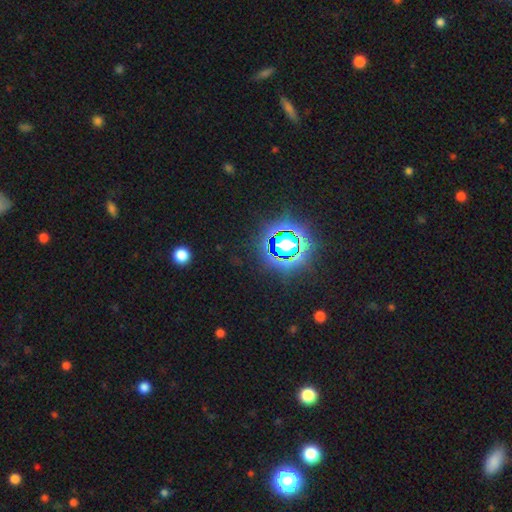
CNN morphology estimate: Smooth or featured? Predicted: star or artifact (p=0.81).